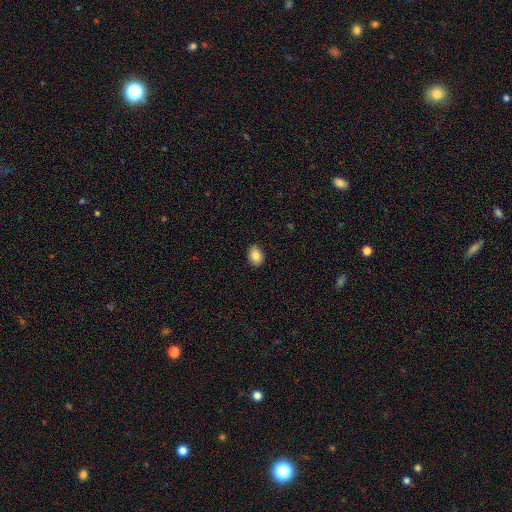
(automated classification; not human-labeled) Smooth or featured?
  - smooth: 86% *
  - star or artifact: 8%
  - featured or disk: 6%
How rounded?
  - in between: 70% *
  - round: 29%
  - cigar-shaped: 1%
Merging?
  - none: 90% *
  - minor disturbance: 7%
  - major disturbance: 2%
  - merger: 1%